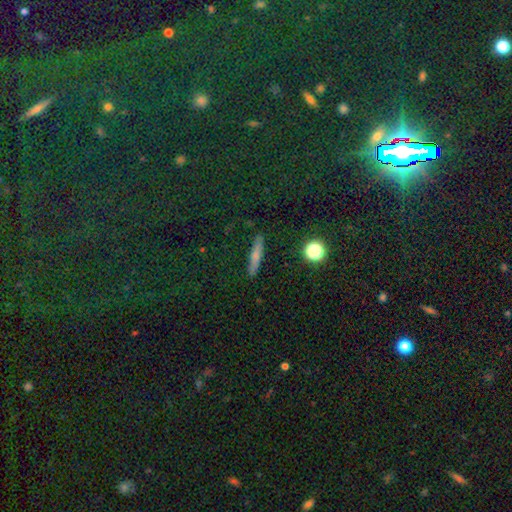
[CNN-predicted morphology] This is likely a smooth galaxy (61%). How rounded: clearly cigar-shaped (86%). Merging: clearly none (88%).